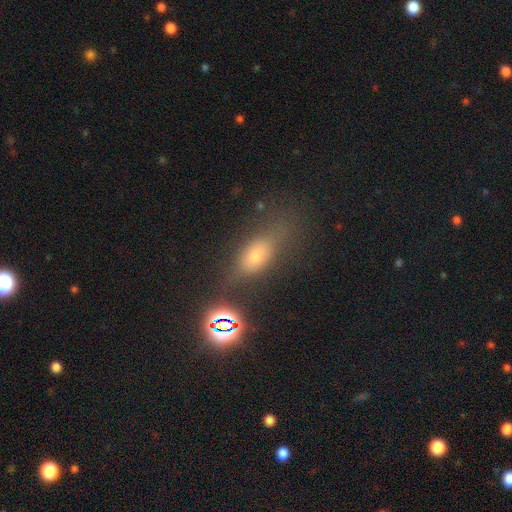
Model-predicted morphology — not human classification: smooth-or-featured: smooth: 57% | star or artifact: 23% | featured or disk: 20%
  how-rounded: in between: 71% | cigar-shaped: 15% | round: 14%
  merging: none: 59% | minor disturbance: 21% | major disturbance: 13% | merger: 6%